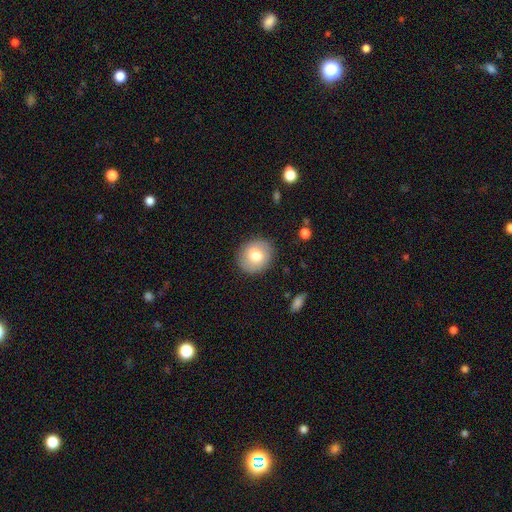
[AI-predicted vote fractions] Morphology: type=smooth (74%); roundness=round (69%); merging=none (87%).